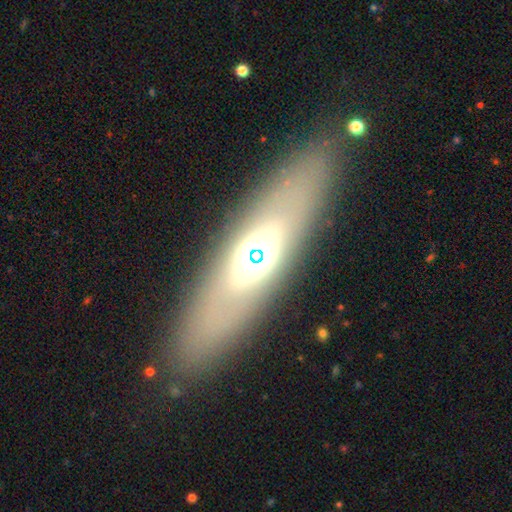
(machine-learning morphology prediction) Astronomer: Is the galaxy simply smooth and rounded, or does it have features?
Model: featured or disk — 54% (runner-up: smooth, 34%).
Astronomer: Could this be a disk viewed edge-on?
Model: yes — 62% (runner-up: no, 38%).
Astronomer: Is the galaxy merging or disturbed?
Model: none — 86%.